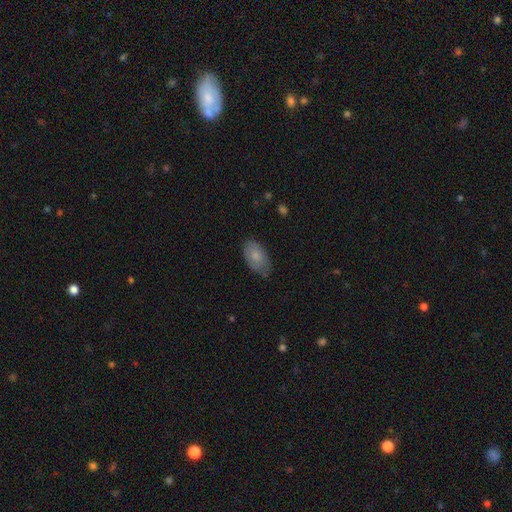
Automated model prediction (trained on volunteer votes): Smooth or featured? Predicted: smooth (p=0.79). How rounded? Predicted: in between (p=0.93). Merging? Predicted: none (p=0.71).